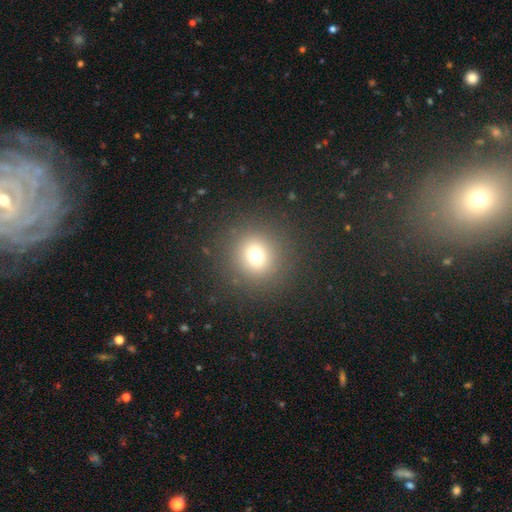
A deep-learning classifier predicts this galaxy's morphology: smooth_or_featured: smooth (p=0.72) [alt: star or artifact p=0.19]
how_rounded: round (p=0.92) [alt: in between p=0.07]
merging: none (p=0.88) [alt: minor disturbance p=0.06]